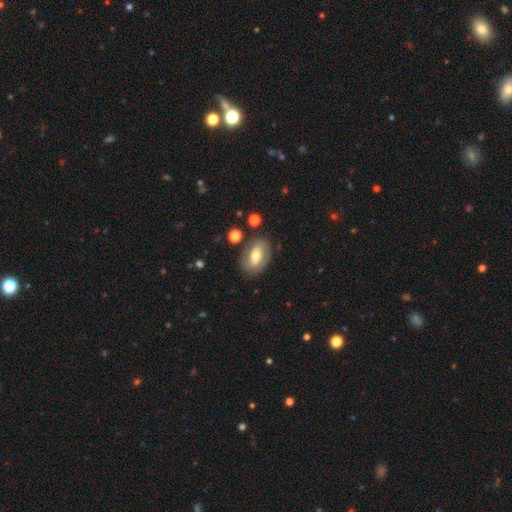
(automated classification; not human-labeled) Q: Smooth or featured?
A: smooth (48%); runner-up: featured or disk (45%)
Q: Merging?
A: none (80%); runner-up: minor disturbance (13%)